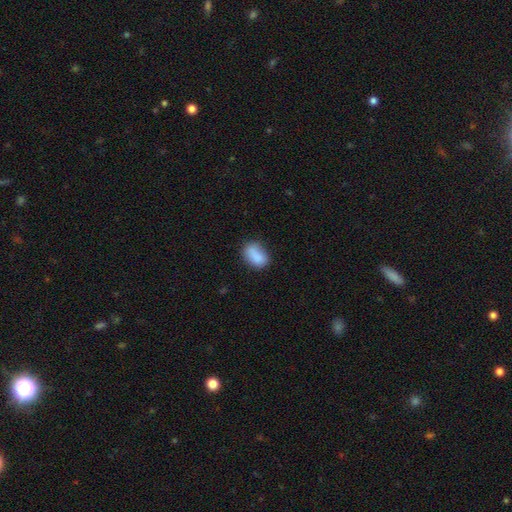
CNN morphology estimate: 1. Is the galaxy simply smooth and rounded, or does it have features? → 85% smooth, 8% star or artifact, 7% featured or disk.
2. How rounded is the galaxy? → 84% in between, 13% round, 2% cigar-shaped.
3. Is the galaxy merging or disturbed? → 66% none, 24% minor disturbance, 6% major disturbance, 5% merger.